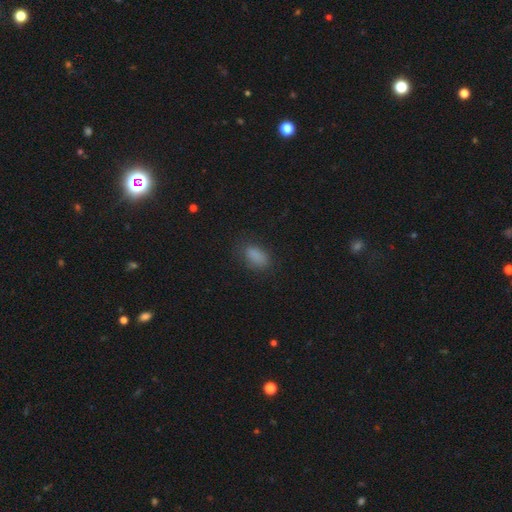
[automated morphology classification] A smooth galaxy with no disk features (84%) that is in between round and cigar-shaped (88%). Merging: none (75%).